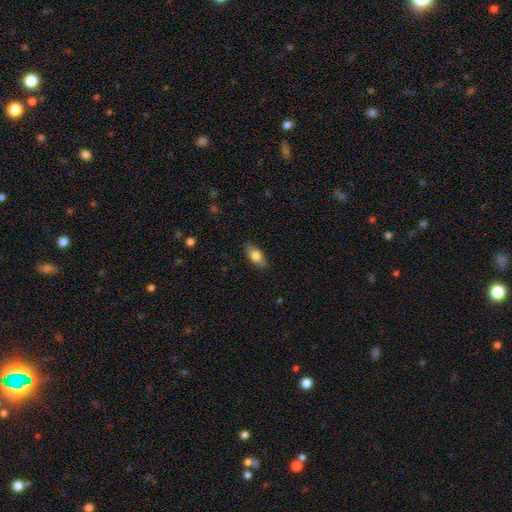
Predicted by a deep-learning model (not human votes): The model was most divided on "smooth or featured": smooth: 76%, featured or disk: 17%, star or artifact: 7%. More confident: merging — none (87%); how rounded — in between (87%).